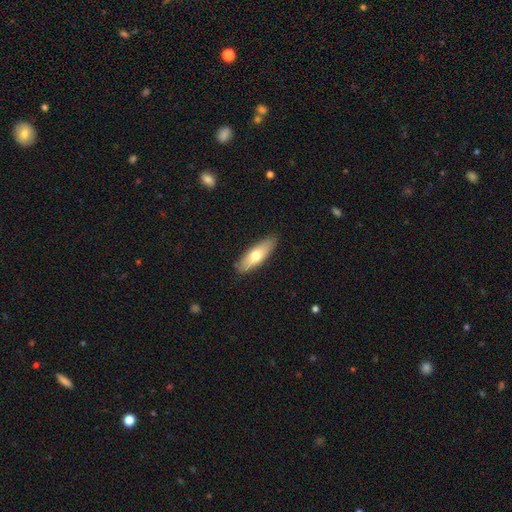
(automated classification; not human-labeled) Overall: smooth (65%; featured or disk 30%). How rounded: in between (59%; cigar-shaped 38%). Merging: none (86%).